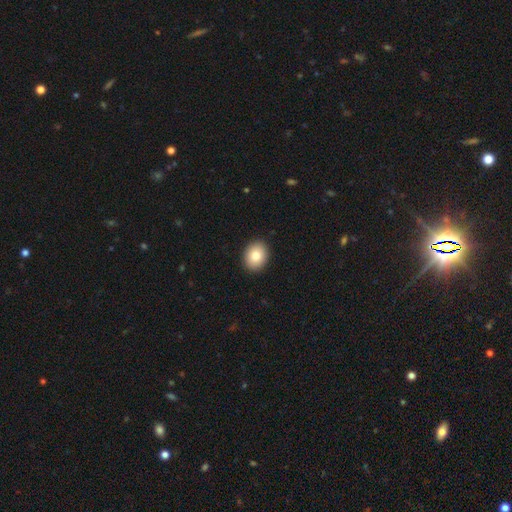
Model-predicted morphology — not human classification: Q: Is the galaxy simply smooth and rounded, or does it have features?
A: smooth — 81%.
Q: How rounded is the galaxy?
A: in between — 50%.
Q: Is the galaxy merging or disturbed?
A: none — 91%.